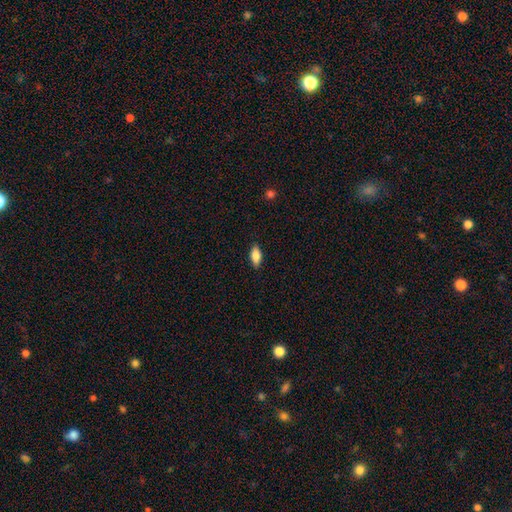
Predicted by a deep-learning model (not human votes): Overall: smooth (78%). How rounded: in between (82%). Merging: none (88%).